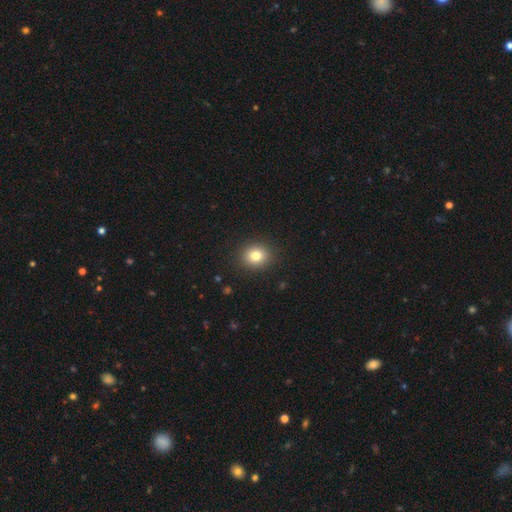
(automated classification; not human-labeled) Q: Smooth or featured?
A: smooth (80%); runner-up: star or artifact (11%)
Q: How rounded?
A: round (72%); runner-up: in between (27%)
Q: Merging?
A: none (90%); runner-up: minor disturbance (7%)